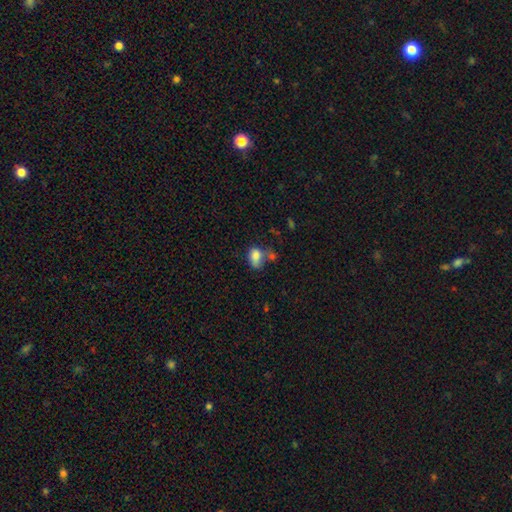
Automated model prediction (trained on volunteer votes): Smooth or featured? Predicted: smooth (p=0.78). How rounded? Predicted: in between (p=0.75). Merging? Predicted: none (p=0.34).